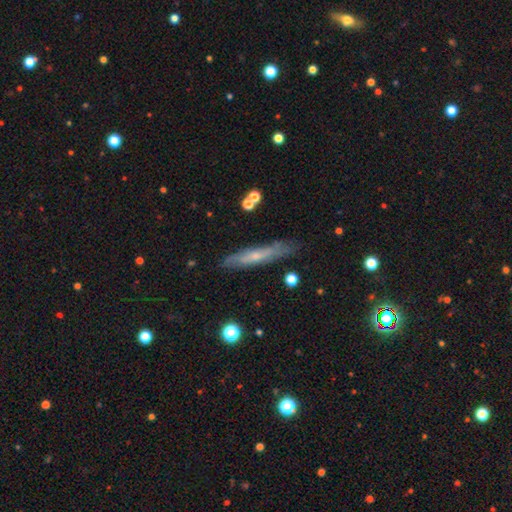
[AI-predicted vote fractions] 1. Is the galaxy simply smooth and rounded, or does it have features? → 49% featured or disk, 44% smooth, 7% star or artifact.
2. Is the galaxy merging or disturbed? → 79% none, 15% minor disturbance, 3% major disturbance, 2% merger.